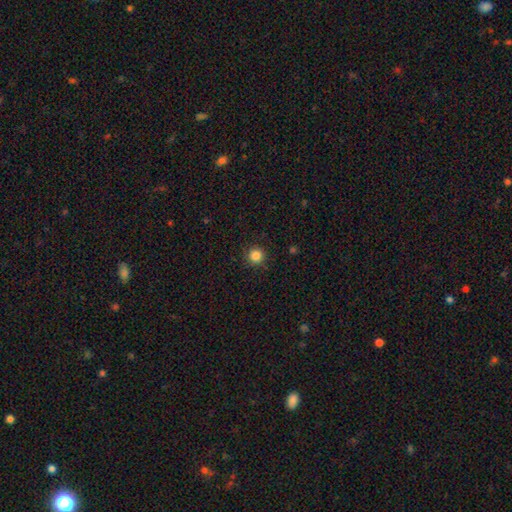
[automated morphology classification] smooth_or_featured: smooth (p=0.84) [alt: star or artifact p=0.12]
how_rounded: round (p=0.95) [alt: in between p=0.04]
merging: none (p=0.90) [alt: minor disturbance p=0.07]